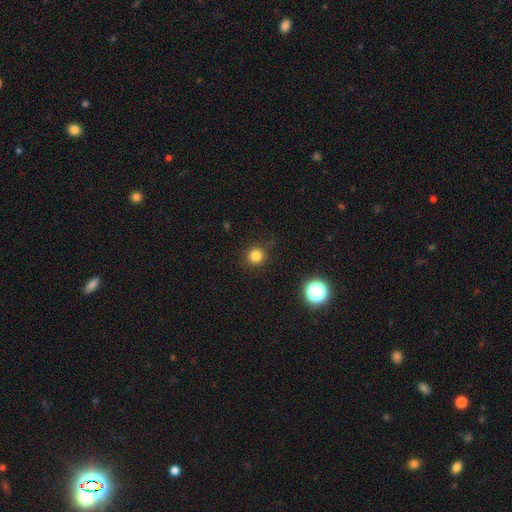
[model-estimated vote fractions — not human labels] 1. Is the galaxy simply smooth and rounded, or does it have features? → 82% smooth, 14% star or artifact, 4% featured or disk.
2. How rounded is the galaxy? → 94% round, 5% in between, 1% cigar-shaped.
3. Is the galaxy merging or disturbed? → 90% none, 7% minor disturbance, 2% major disturbance, 1% merger.